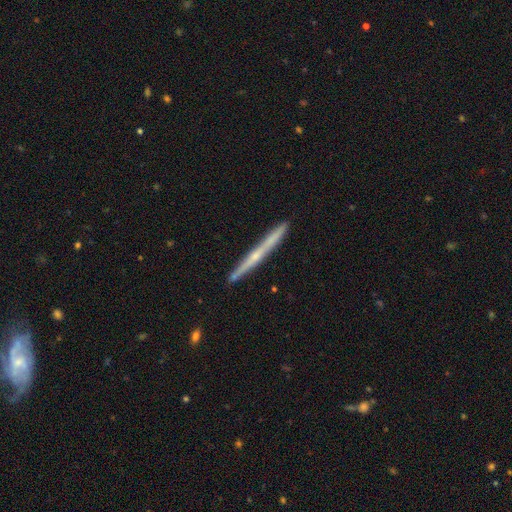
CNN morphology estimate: featured or disk 64%, smooth 29%, star or artifact 6%. Down the decision tree: edge-on disk — yes (97%); edge-on bulge — rounded (51%); merging — none (91%).